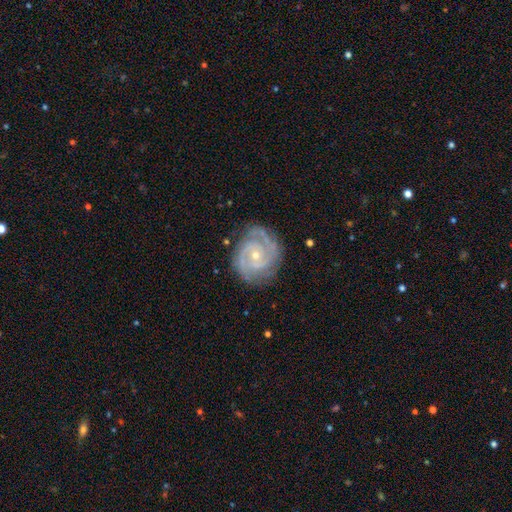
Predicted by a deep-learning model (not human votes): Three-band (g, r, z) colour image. It shows a featured or disk galaxy (91%) with no bar (66%), 2 (58%) tight (66%) spiral arms (98%) and a small central bulge (68%). Merging: none (78%).